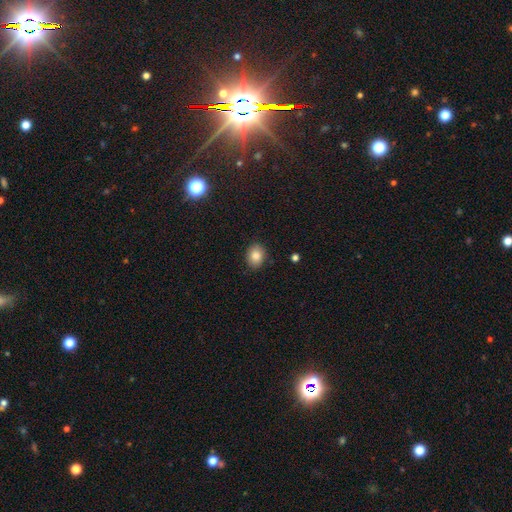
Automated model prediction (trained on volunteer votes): A smooth galaxy with no disk features (84%) that is in between round and cigar-shaped (56%).

Vote fractions:
- Smooth or featured? smooth: 84% / star or artifact: 9% / featured or disk: 7%
- How rounded? in between: 56% / round: 43% / cigar-shaped: 1%
- Merging? none: 87% / minor disturbance: 9% / major disturbance: 2% / merger: 1%